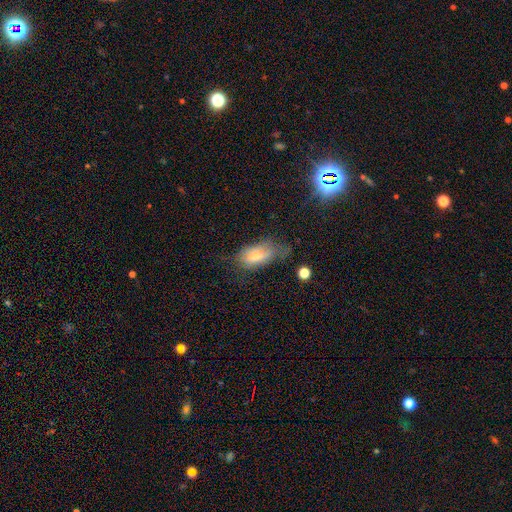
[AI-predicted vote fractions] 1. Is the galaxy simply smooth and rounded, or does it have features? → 62% smooth, 26% featured or disk, 12% star or artifact.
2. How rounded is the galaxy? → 86% in between, 9% cigar-shaped, 5% round.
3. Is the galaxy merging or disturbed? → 41% none, 35% minor disturbance, 21% major disturbance, 3% merger.